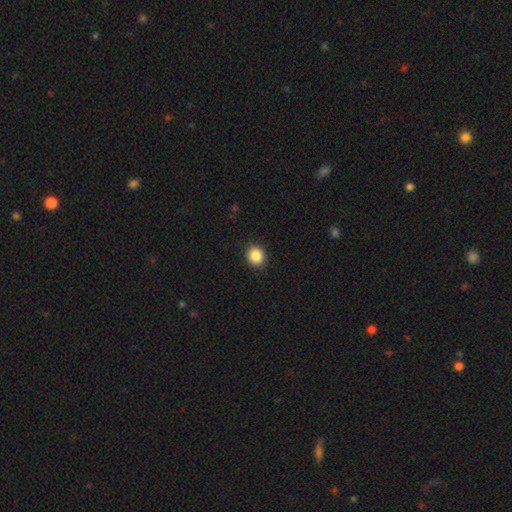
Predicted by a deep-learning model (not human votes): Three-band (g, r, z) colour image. It shows a smooth galaxy with no disk features (88%) that is round (82%). Merging: none (91%).